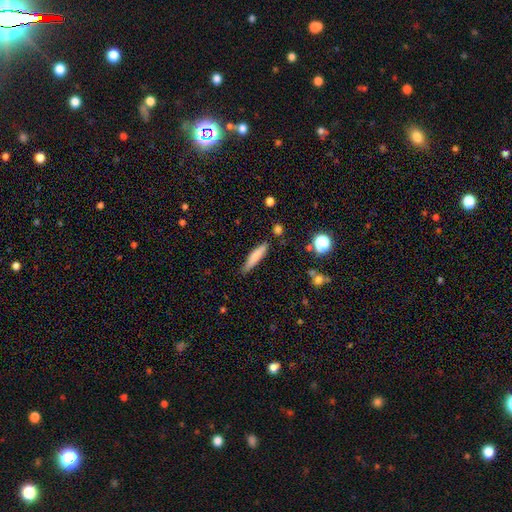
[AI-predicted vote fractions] Q: Smooth or featured?
A: smooth (78%); runner-up: featured or disk (15%)
Q: How rounded?
A: cigar-shaped (84%); runner-up: in between (14%)
Q: Merging?
A: none (77%); runner-up: minor disturbance (18%)